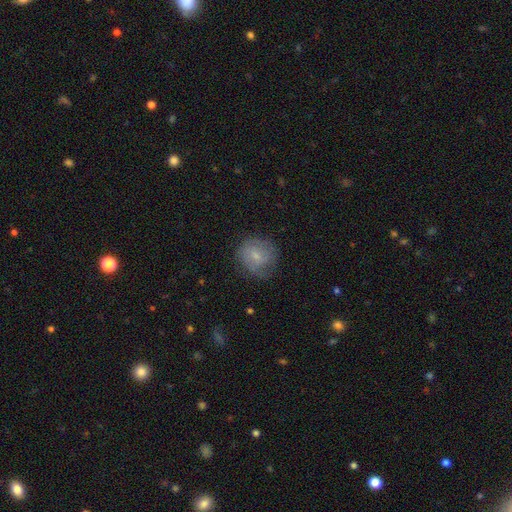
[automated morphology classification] A smooth galaxy with no disk features (54%) that is round (81%).

Vote fractions:
- Smooth or featured? smooth: 54% / featured or disk: 38% / star or artifact: 8%
- How rounded? round: 81% / in between: 18% / cigar-shaped: 1%
- Merging? none: 63% / minor disturbance: 24% / major disturbance: 12% / merger: 1%